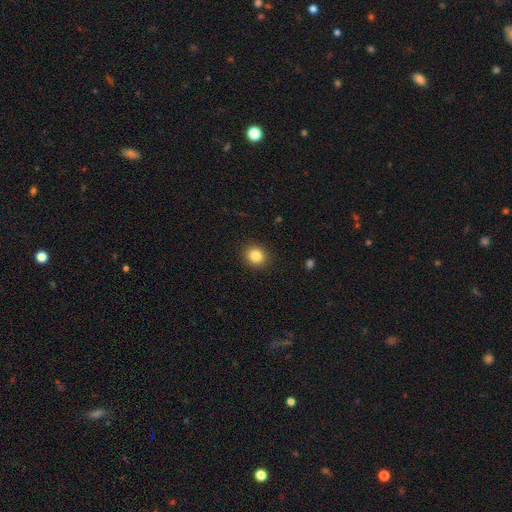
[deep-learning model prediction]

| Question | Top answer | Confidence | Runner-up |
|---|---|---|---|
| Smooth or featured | smooth | 84% | star or artifact (10%) |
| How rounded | round | 78% | in between (21%) |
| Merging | none | 91% | minor disturbance (6%) |